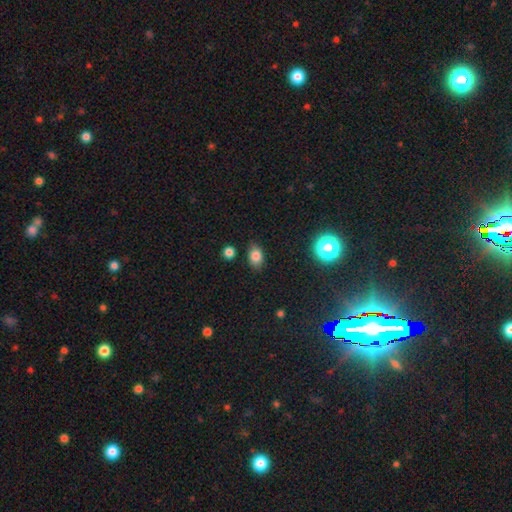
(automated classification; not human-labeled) Smooth or featured? smooth (81%)
How rounded? in between (76%)
Merging? none (79%)